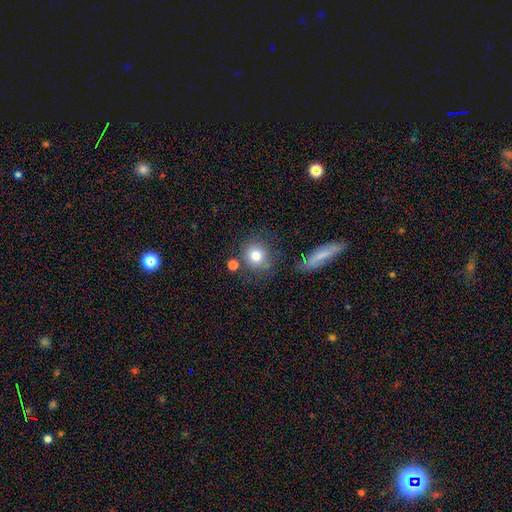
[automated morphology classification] Smooth or featured? Predicted: smooth (p=0.80). How rounded? Predicted: round (p=0.86). Merging? Predicted: none (p=0.71).